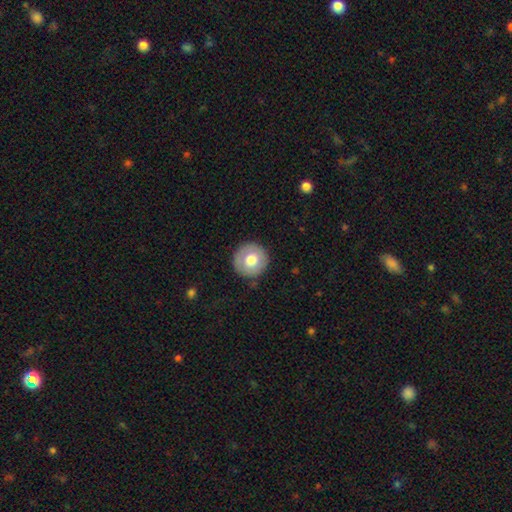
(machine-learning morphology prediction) smooth_or_featured: smooth (p=0.58) [alt: featured or disk p=0.24]
how_rounded: round (p=0.93) [alt: in between p=0.06]
merging: none (p=0.88) [alt: minor disturbance p=0.08]